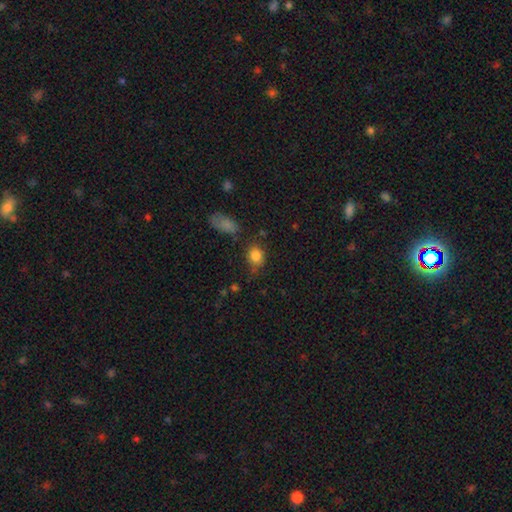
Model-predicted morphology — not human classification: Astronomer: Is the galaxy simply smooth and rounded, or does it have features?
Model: smooth — 84%.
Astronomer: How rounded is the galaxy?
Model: round — 50% (runner-up: in between, 49%).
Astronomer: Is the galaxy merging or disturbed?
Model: none — 68%.